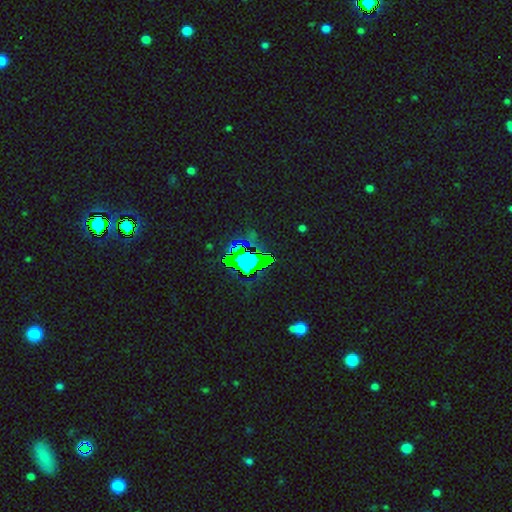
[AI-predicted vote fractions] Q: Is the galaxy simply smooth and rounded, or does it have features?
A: star or artifact — 80%.